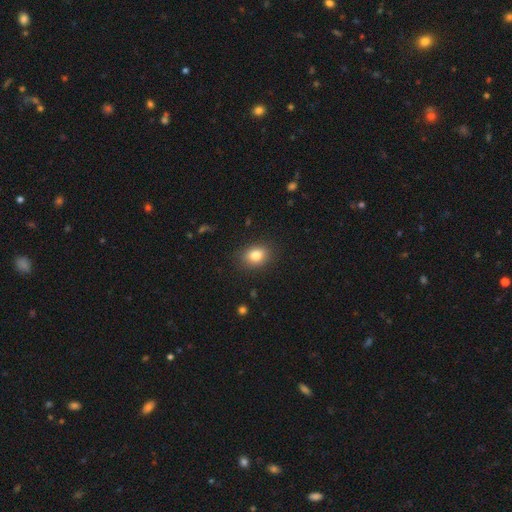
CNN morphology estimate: A smooth galaxy with no disk features (81%) that is in between round and cigar-shaped (60%). Merging: none (87%).